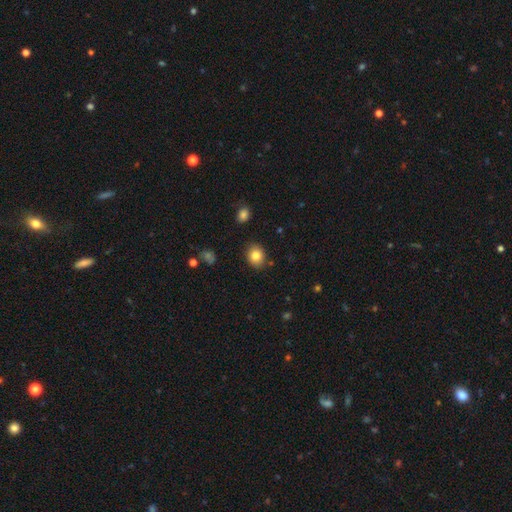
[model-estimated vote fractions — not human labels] Smooth or featured? Predicted: smooth (p=0.83). How rounded? Predicted: round (p=0.62). Merging? Predicted: none (p=0.86).